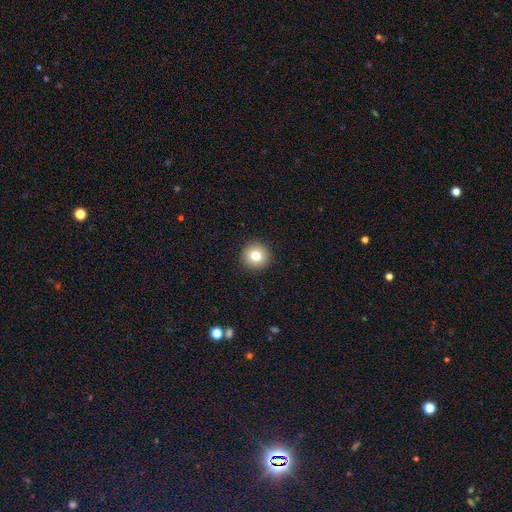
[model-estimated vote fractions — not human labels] A smooth galaxy with no disk features (78%) that is round (95%).

Vote fractions:
- Smooth or featured? smooth: 78% / star or artifact: 11% / featured or disk: 10%
- How rounded? round: 95% / in between: 4% / cigar-shaped: 1%
- Merging? none: 93% / minor disturbance: 4% / major disturbance: 2% / merger: 1%